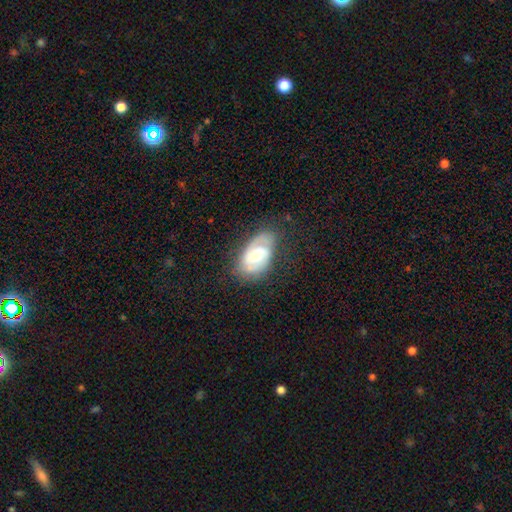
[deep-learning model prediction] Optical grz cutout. It shows a featured or disk galaxy (64%) with no bar (52%), spiral arms (81%) and a moderate central bulge (62%). Merging: none (65%).